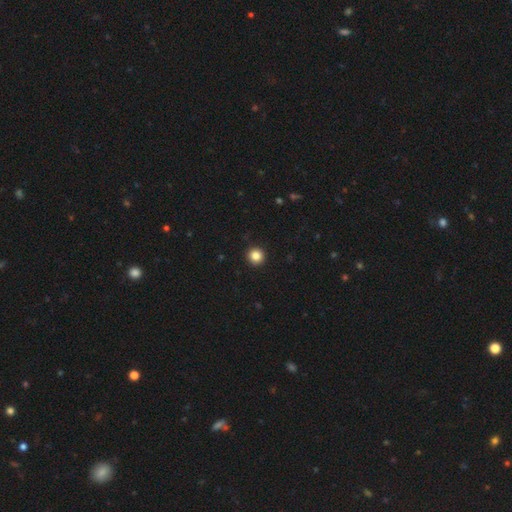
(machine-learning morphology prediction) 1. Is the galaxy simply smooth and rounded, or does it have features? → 85% smooth, 10% star or artifact, 4% featured or disk.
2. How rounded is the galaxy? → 96% round, 4% in between, 1% cigar-shaped.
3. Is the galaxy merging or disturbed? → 94% none, 4% minor disturbance, 1% major disturbance, 1% merger.